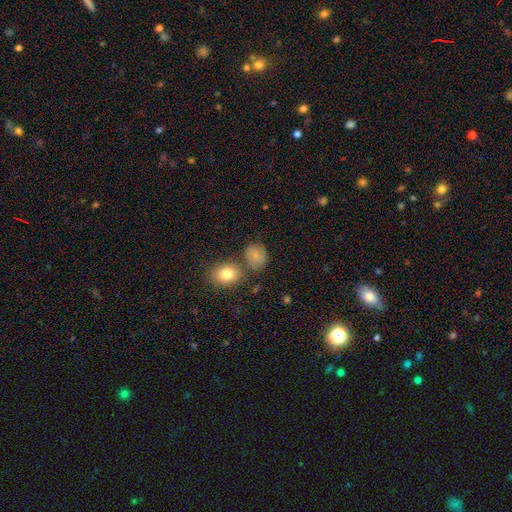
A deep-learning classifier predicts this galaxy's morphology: Smooth or featured?
  - smooth: 72% *
  - featured or disk: 17%
  - star or artifact: 11%
How rounded?
  - round: 56% *
  - in between: 43%
  - cigar-shaped: 1%
Merging?
  - none: 67% *
  - minor disturbance: 18%
  - merger: 10%
  - major disturbance: 6%